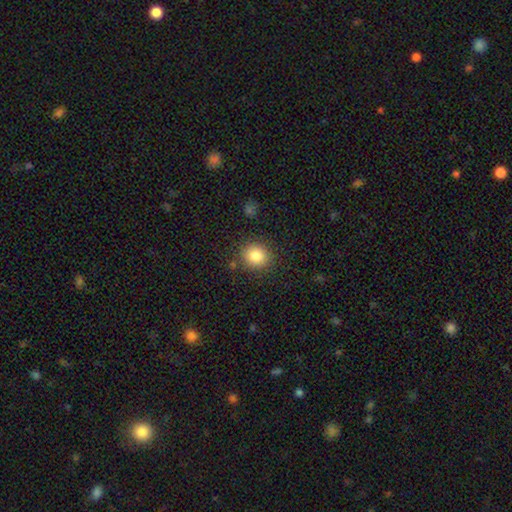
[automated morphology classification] Overall: smooth (85%). How rounded: round (77%). Merging: none (84%).